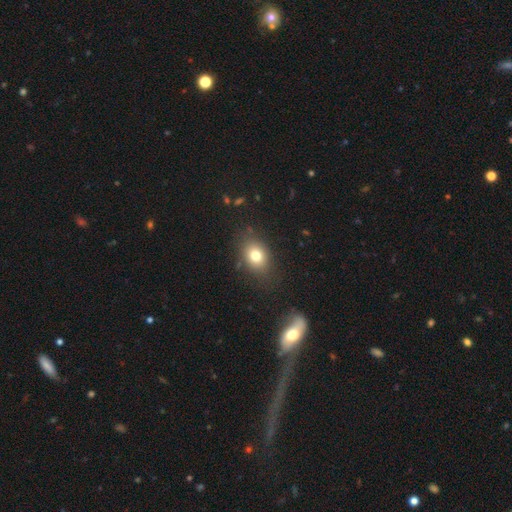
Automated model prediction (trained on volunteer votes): The model was most divided on "how rounded": in between: 60%, round: 39%, cigar-shaped: 1%. More confident: merging — none (80%); smooth or featured — smooth (77%).